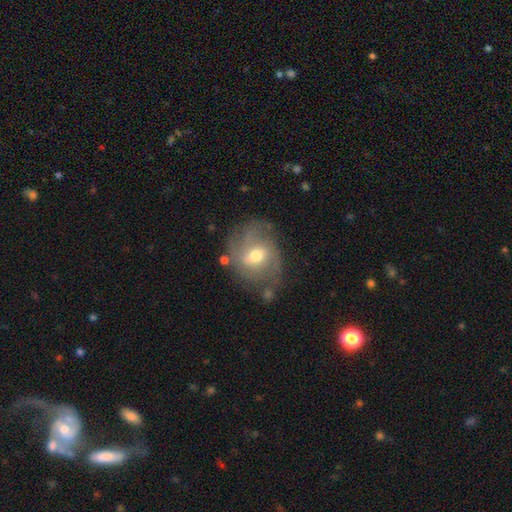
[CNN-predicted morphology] Smooth or featured: featured or disk — 56% (smooth — 35%)
Edge-on disk: no — 96% (yes — 4%)
Bar: weak — 46% (no — 40%)
Spiral arms: yes — 68% (no — 32%)
Bulge size: moderate — 70% (small — 19%)
Merging: none — 59% (minor disturbance — 23%)